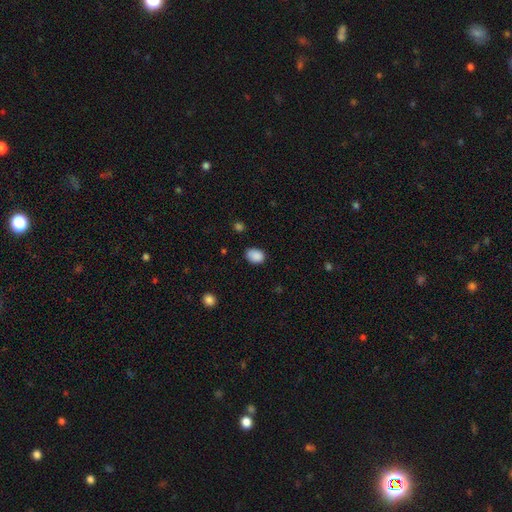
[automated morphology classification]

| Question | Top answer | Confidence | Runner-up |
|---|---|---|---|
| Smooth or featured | smooth | 88% | star or artifact (9%) |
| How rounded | in between | 71% | round (28%) |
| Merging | none | 78% | minor disturbance (18%) |